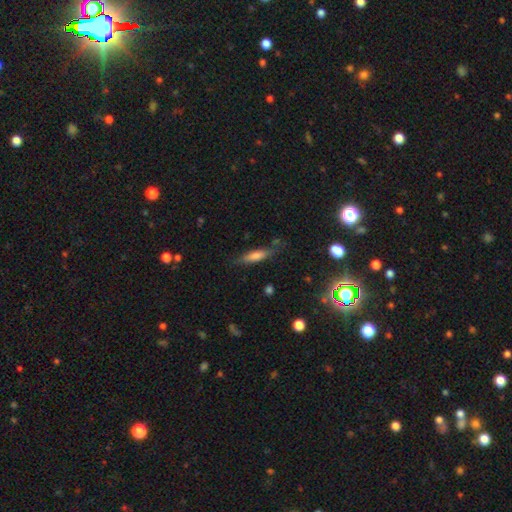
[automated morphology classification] A smooth galaxy with no disk features (59%) that is cigar-shaped (73%).

Vote fractions:
- Smooth or featured? smooth: 59% / featured or disk: 29% / star or artifact: 12%
- How rounded? cigar-shaped: 73% / in between: 25% / round: 2%
- Merging? none: 75% / minor disturbance: 17% / major disturbance: 5% / merger: 3%